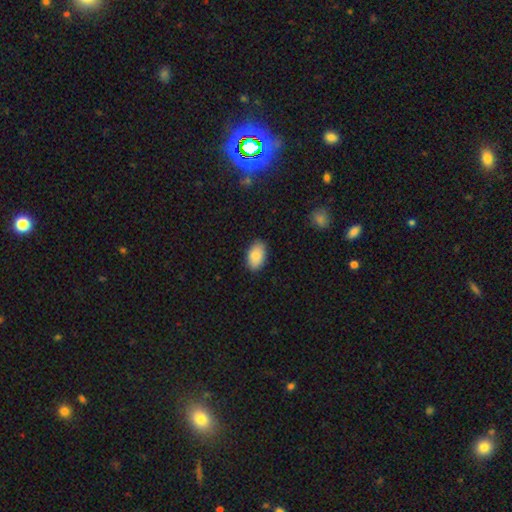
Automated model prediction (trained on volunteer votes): smooth-or-featured: smooth: 86% | featured or disk: 7% | star or artifact: 7%
  how-rounded: in between: 93% | round: 5% | cigar-shaped: 1%
  merging: none: 85% | minor disturbance: 12% | major disturbance: 2% | merger: 1%